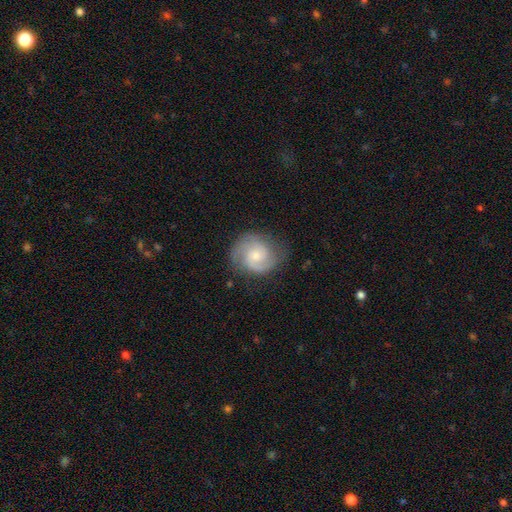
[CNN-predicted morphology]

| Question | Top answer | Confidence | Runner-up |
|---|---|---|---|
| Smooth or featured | featured or disk | 80% | smooth (14%) |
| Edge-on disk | no | 98% | yes (2%) |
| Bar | no | 62% | weak (34%) |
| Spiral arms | yes | 97% | no (3%) |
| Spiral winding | medium | 46% | tight (42%) |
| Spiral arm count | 2 | 76% | 3 (9%) |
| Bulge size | small | 53% | moderate (41%) |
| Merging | none | 76% | minor disturbance (17%) |